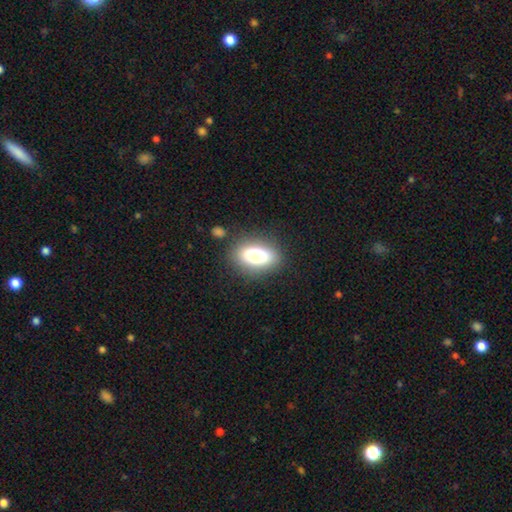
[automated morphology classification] smooth 79%, featured or disk 13%, star or artifact 9%. Down the decision tree: how rounded — in between (84%); merging — none (82%).